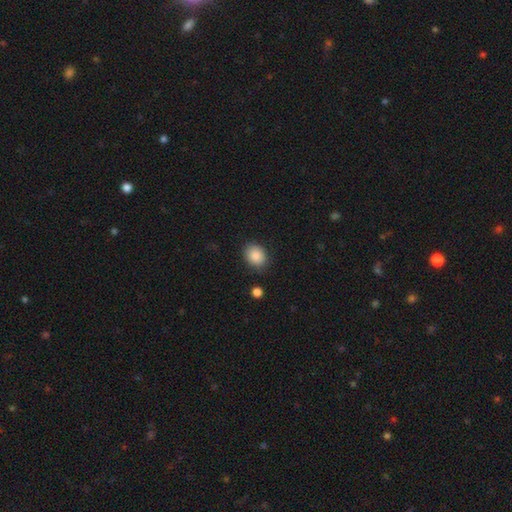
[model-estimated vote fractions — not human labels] smooth_or_featured: smooth (p=0.87) [alt: star or artifact p=0.08]
how_rounded: round (p=0.50) [alt: in between p=0.49]
merging: none (p=0.83) [alt: minor disturbance p=0.12]